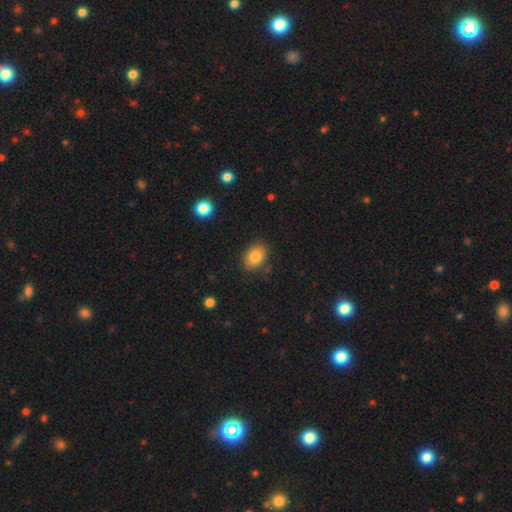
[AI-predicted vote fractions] This appears to be a smooth galaxy with no disk features (82%) that is in between round and cigar-shaped (74%). Merging: none (85%).